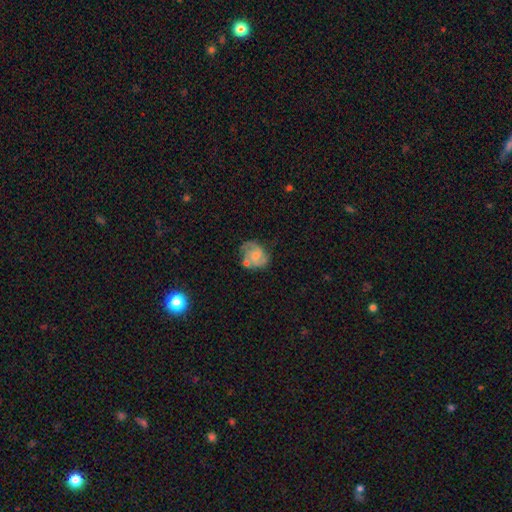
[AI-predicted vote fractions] Smooth or featured?
  - featured or disk: 61% *
  - smooth: 31%
  - star or artifact: 7%
Edge-on disk?
  - no: 98% *
  - yes: 2%
Bar?
  - no: 68% *
  - weak: 28%
  - strong: 4%
Spiral arms?
  - yes: 82% *
  - no: 18%
Bulge size?
  - moderate: 44% *
  - small: 41%
  - none: 9%
  - large: 4%
  - dominant: 1%
Merging?
  - none: 49% *
  - minor disturbance: 25%
  - merger: 13%
  - major disturbance: 12%